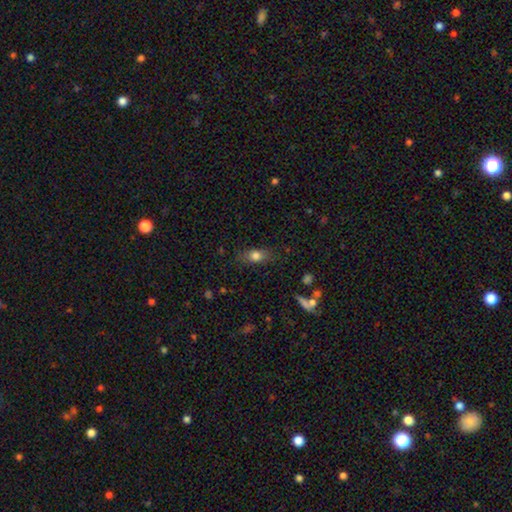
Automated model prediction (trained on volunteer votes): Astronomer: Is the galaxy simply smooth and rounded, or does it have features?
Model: smooth — 77%.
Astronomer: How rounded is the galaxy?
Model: in between — 74%.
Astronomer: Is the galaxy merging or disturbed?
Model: none — 78%.